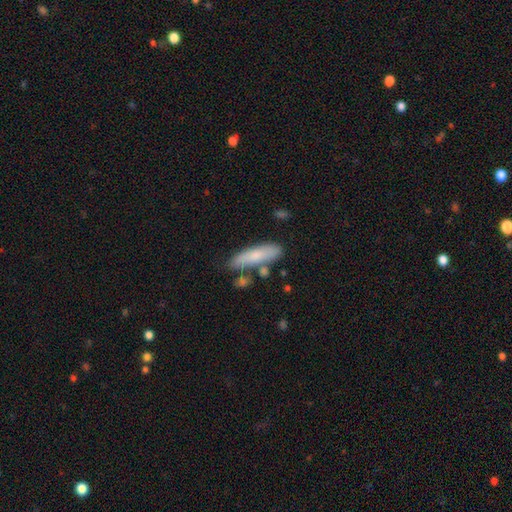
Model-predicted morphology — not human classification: Smooth or featured?
  - smooth: 73% *
  - featured or disk: 20%
  - star or artifact: 6%
How rounded?
  - cigar-shaped: 66% *
  - in between: 32%
  - round: 2%
Merging?
  - none: 70% *
  - minor disturbance: 17%
  - merger: 9%
  - major disturbance: 4%